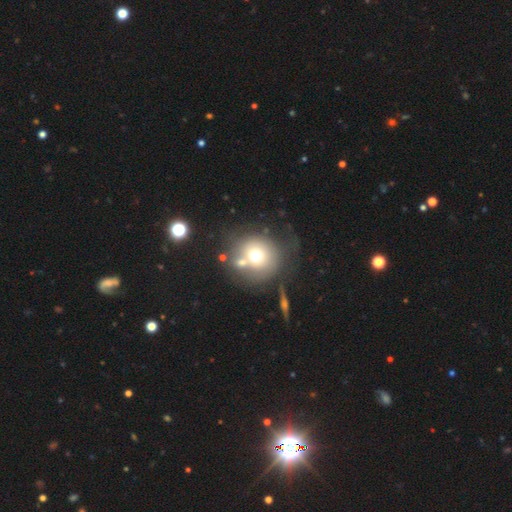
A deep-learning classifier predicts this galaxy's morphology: A smooth galaxy with no disk features (63%) that is round (90%).

Vote fractions:
- Smooth or featured? smooth: 63% / featured or disk: 24% / star or artifact: 12%
- How rounded? round: 90% / in between: 9% / cigar-shaped: 1%
- Merging? none: 50% / merger: 24% / minor disturbance: 15% / major disturbance: 11%